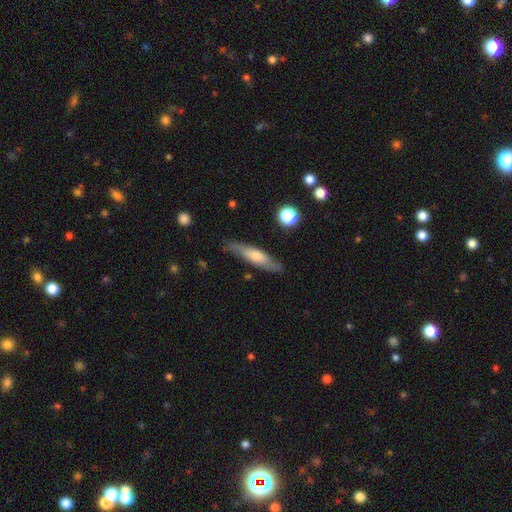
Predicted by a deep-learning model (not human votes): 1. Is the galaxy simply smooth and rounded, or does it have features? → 49% smooth, 44% featured or disk, 7% star or artifact.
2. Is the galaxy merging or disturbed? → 79% none, 16% minor disturbance, 3% major disturbance, 2% merger.